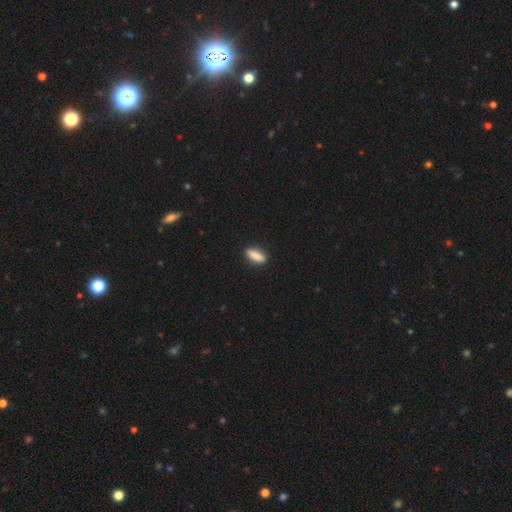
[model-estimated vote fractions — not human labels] This appears to be a smooth galaxy with no disk features (85%) that is in between round and cigar-shaped (53%). Merging: none (90%).